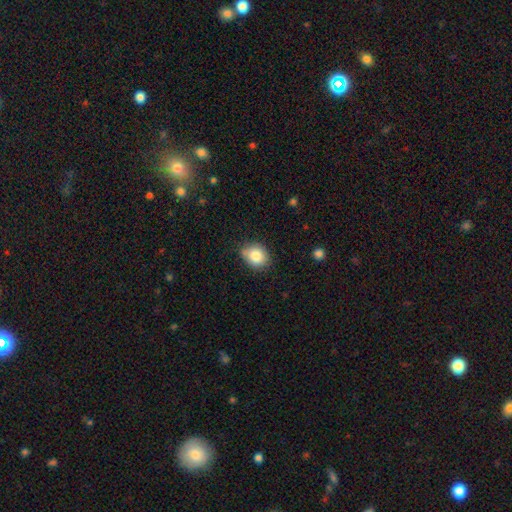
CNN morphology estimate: The model was most divided on "how rounded": round: 59%, in between: 40%, cigar-shaped: 1%. More confident: smooth or featured — smooth (83%); merging — none (71%).